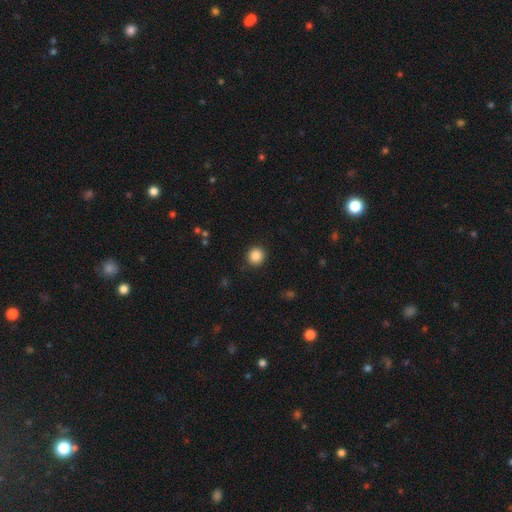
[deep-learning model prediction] A smooth galaxy with no disk features (87%) that is round (92%).

Vote fractions:
- Smooth or featured? smooth: 87% / star or artifact: 10% / featured or disk: 3%
- How rounded? round: 92% / in between: 7% / cigar-shaped: 1%
- Merging? none: 91% / minor disturbance: 6% / major disturbance: 2% / merger: 1%